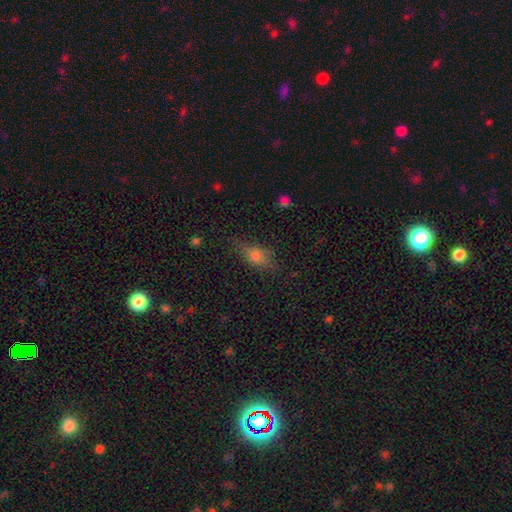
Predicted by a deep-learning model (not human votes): smooth-or-featured: smooth: 67% | featured or disk: 19% | star or artifact: 14%
  how-rounded: in between: 73% | cigar-shaped: 15% | round: 12%
  merging: none: 71% | minor disturbance: 20% | major disturbance: 7% | merger: 2%